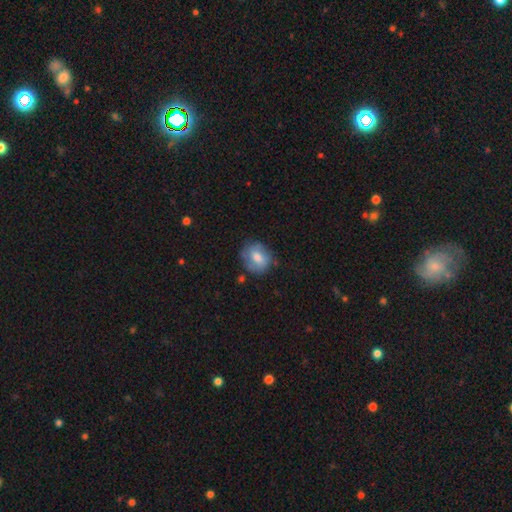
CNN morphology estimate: type=smooth (58%); roundness=round (62%); merging=none (68%).